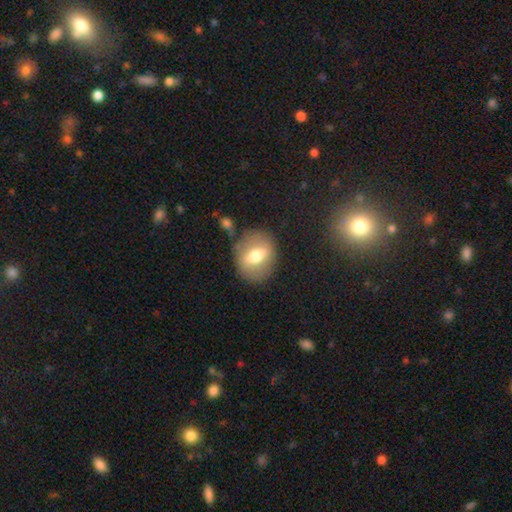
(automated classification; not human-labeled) Smooth or featured? Predicted: smooth (p=0.51). How rounded? Predicted: round (p=0.59). Merging? Predicted: none (p=0.79).